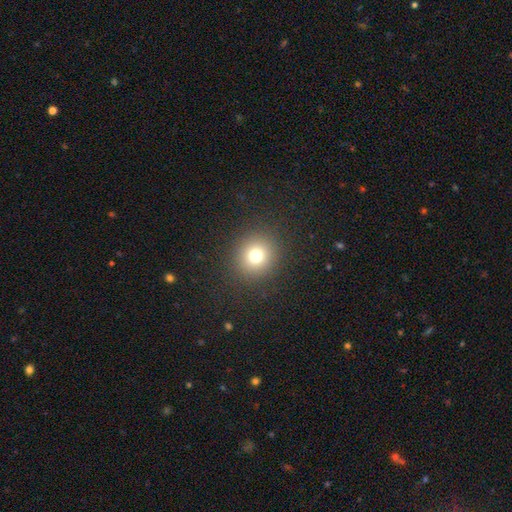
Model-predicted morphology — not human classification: Smooth or featured? Predicted: smooth (p=0.74). How rounded? Predicted: round (p=0.87). Merging? Predicted: none (p=0.90).